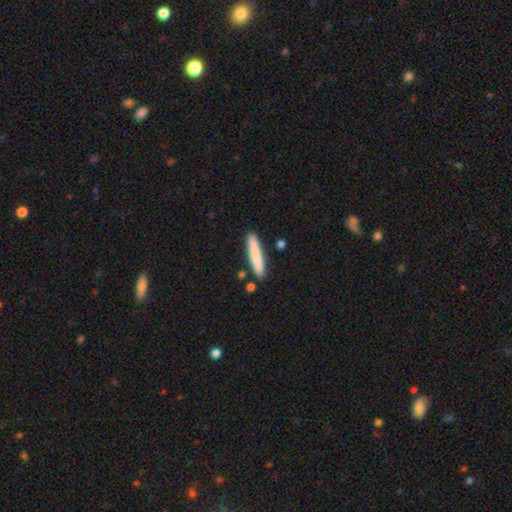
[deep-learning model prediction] Smooth or featured? smooth (80%)
How rounded? cigar-shaped (93%)
Merging? none (86%)